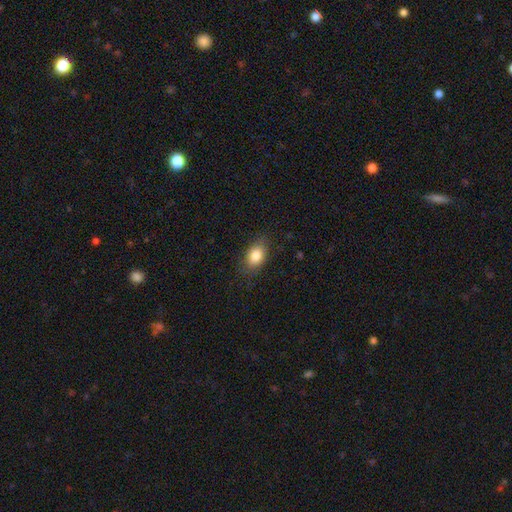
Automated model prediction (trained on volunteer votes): The model was most divided on "how rounded": in between: 80%, round: 18%, cigar-shaped: 2%. More confident: smooth or featured — smooth (84%); merging — none (80%).